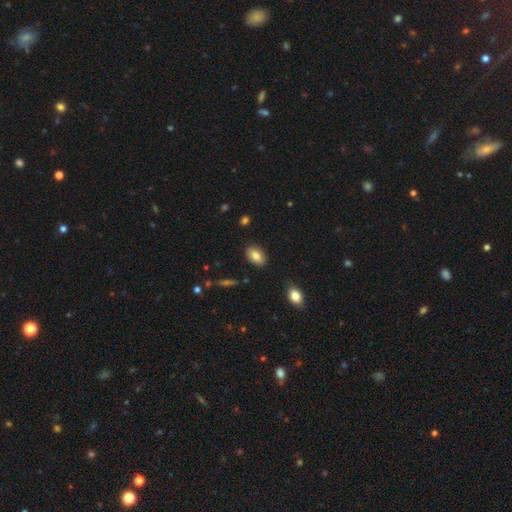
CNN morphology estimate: smooth_or_featured: smooth (p=0.82) [alt: featured or disk p=0.11]
how_rounded: in between (p=0.90) [alt: round p=0.08]
merging: none (p=0.86) [alt: minor disturbance p=0.10]